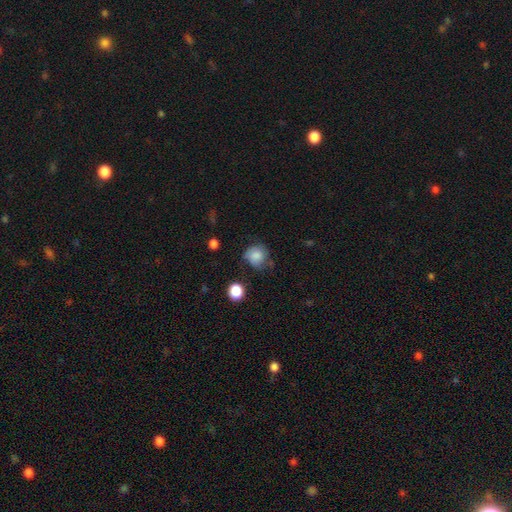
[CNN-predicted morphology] The model was most divided on "merging": none: 57%, minor disturbance: 28%, major disturbance: 11%, merger: 3%. More confident: how rounded — round (81%); smooth or featured — smooth (78%).